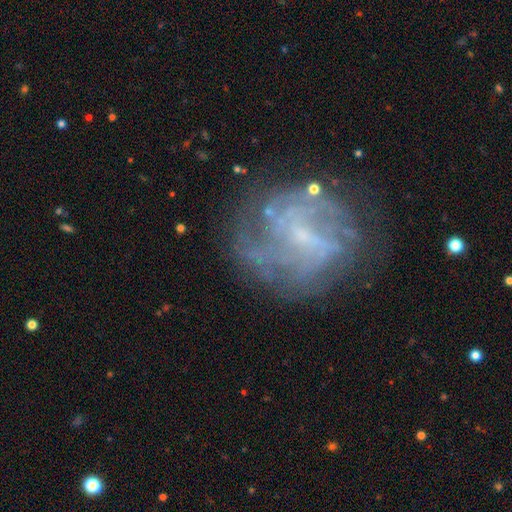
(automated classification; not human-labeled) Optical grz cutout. It shows a featured or disk galaxy (75%) with a weak bar (47%), tight (43%) spiral arms (78%) and a small central bulge (51%). Merging: none (63%).